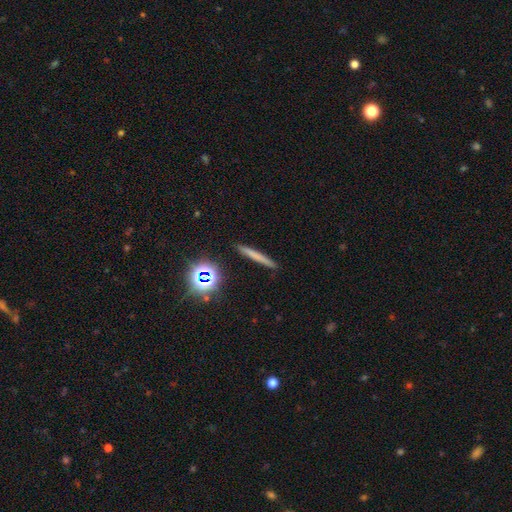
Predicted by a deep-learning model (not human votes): Q: Smooth or featured?
A: smooth (61%); runner-up: featured or disk (24%)
Q: How rounded?
A: cigar-shaped (94%); runner-up: in between (3%)
Q: Merging?
A: none (90%); runner-up: minor disturbance (7%)